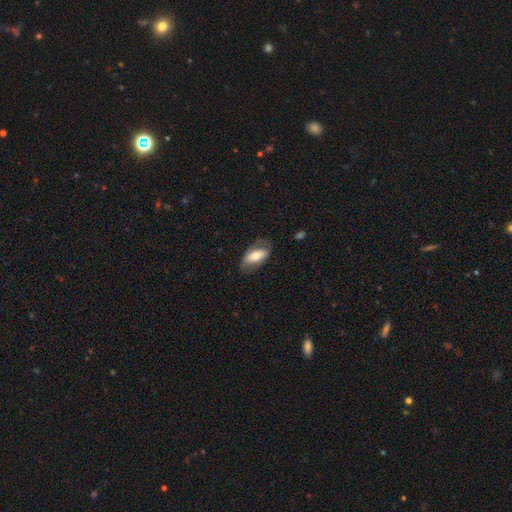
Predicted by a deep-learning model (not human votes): This appears to be a smooth galaxy with no disk features (55%) that is in between round and cigar-shaped (87%). Merging: none (66%).